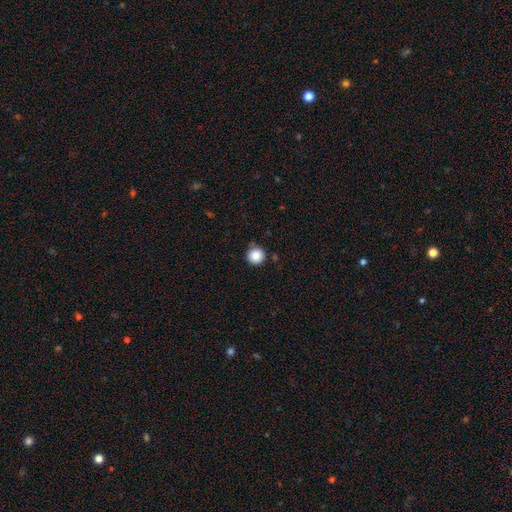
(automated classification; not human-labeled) A smooth galaxy with no disk features (87%) that is round (96%).

Vote fractions:
- Smooth or featured? smooth: 87% / star or artifact: 10% / featured or disk: 4%
- How rounded? round: 96% / in between: 3% / cigar-shaped: 1%
- Merging? none: 85% / minor disturbance: 10% / merger: 2% / major disturbance: 2%